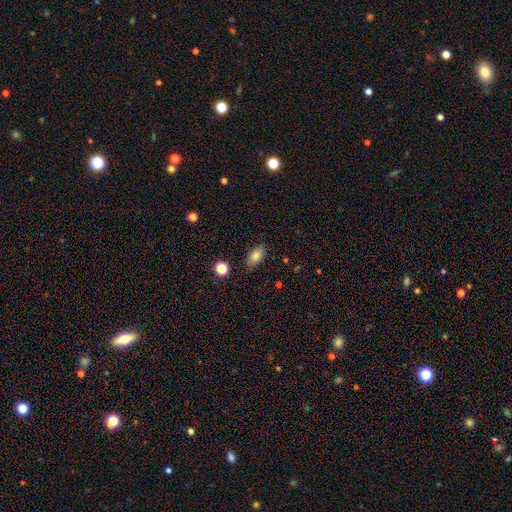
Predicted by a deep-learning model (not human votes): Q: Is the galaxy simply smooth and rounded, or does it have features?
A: smooth — 81%.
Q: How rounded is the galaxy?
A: in between — 89%.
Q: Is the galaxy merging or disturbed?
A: none — 84%.